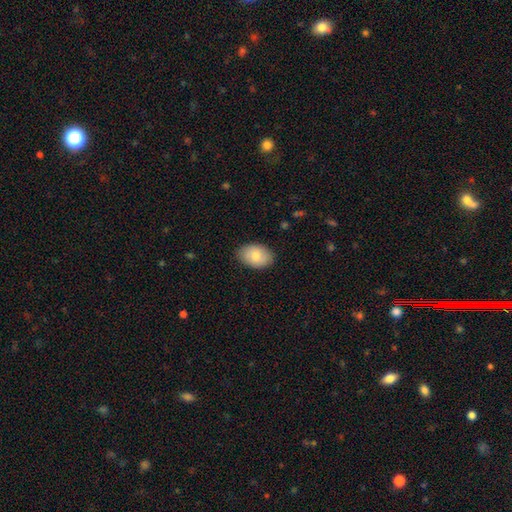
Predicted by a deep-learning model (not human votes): A smooth galaxy with no disk features (79%) that is in between round and cigar-shaped (86%). Merging: none (85%).